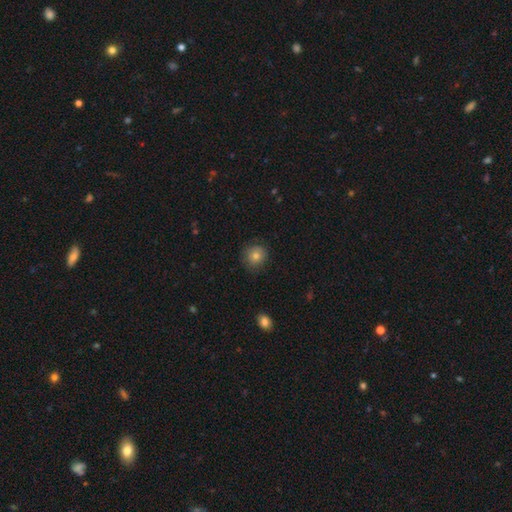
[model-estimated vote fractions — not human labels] A smooth galaxy with no disk features (77%) that is round (90%).

Vote fractions:
- Smooth or featured? smooth: 77% / star or artifact: 13% / featured or disk: 10%
- How rounded? round: 90% / in between: 9% / cigar-shaped: 1%
- Merging? none: 84% / minor disturbance: 12% / major disturbance: 3% / merger: 1%